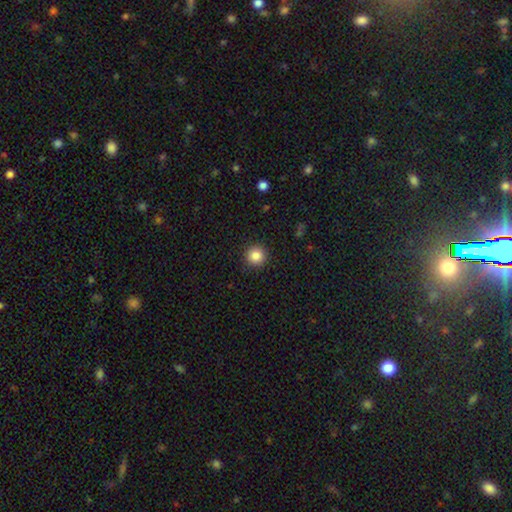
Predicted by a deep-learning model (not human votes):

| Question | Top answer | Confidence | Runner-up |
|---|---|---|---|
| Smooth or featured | smooth | 85% | star or artifact (10%) |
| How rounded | round | 95% | in between (4%) |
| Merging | none | 92% | minor disturbance (5%) |